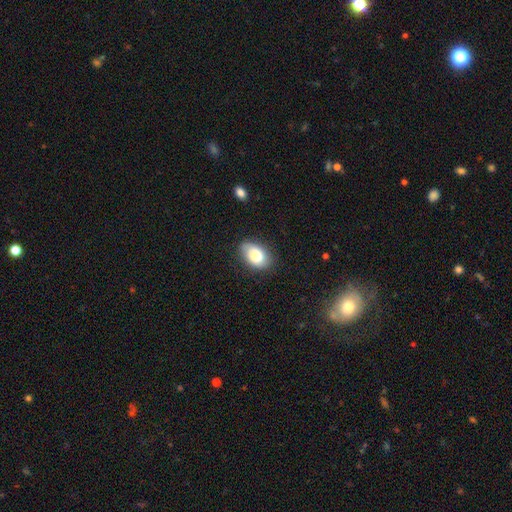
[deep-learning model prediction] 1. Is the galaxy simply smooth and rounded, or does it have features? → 79% smooth, 14% featured or disk, 8% star or artifact.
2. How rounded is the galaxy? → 89% in between, 10% round, 1% cigar-shaped.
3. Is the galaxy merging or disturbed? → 75% none, 19% minor disturbance, 4% major disturbance, 2% merger.